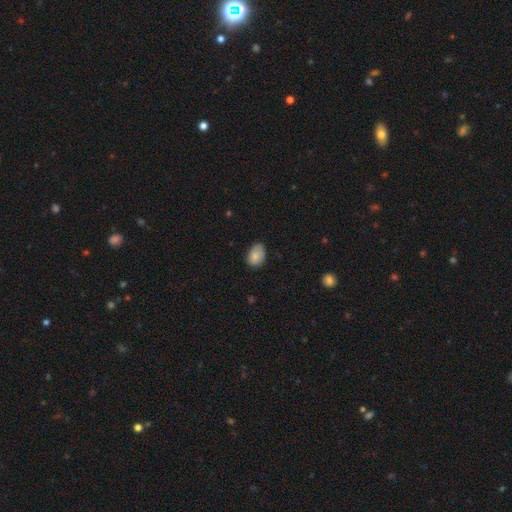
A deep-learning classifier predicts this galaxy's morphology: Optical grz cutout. It shows a smooth galaxy with no disk features (82%) that is in between round and cigar-shaped (81%). Merging: none (68%).